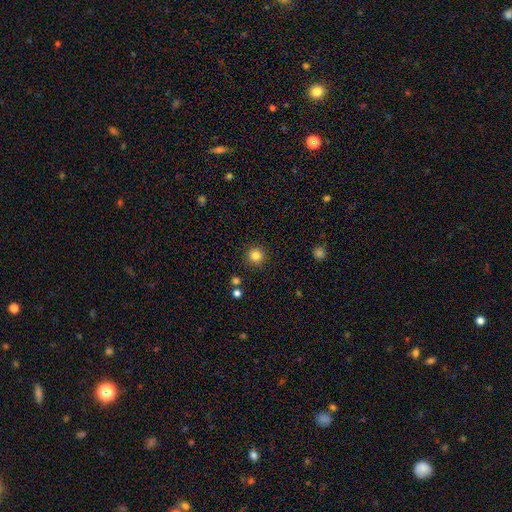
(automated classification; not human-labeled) smooth 83%, star or artifact 12%, featured or disk 5%. Down the decision tree: how rounded — round (94%); merging — none (90%).